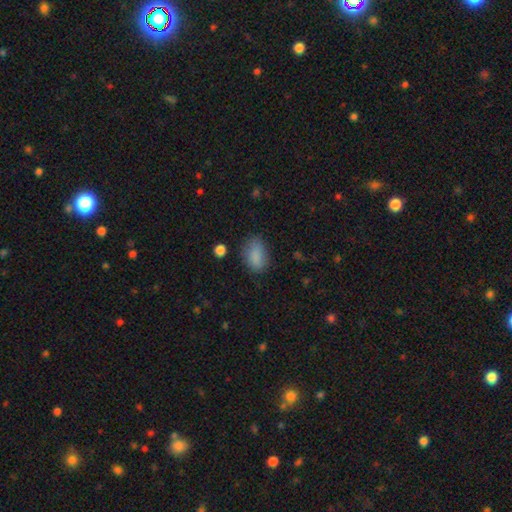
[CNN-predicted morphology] This appears to be a smooth galaxy with no disk features (86%) that is in between round and cigar-shaped (89%). Merging: none (73%).